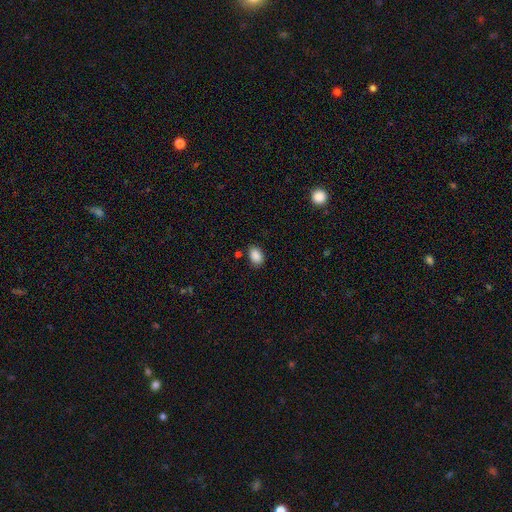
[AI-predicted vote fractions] A smooth galaxy with no disk features (88%) that is in between round and cigar-shaped (83%).

Vote fractions:
- Smooth or featured? smooth: 88% / star or artifact: 9% / featured or disk: 3%
- How rounded? in between: 83% / round: 16% / cigar-shaped: 1%
- Merging? none: 82% / minor disturbance: 13% / major disturbance: 3% / merger: 2%